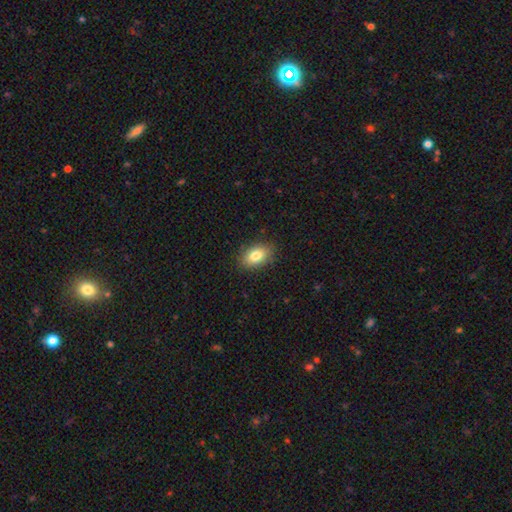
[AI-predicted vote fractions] smooth_or_featured: smooth (p=0.82) [alt: featured or disk p=0.10]
how_rounded: in between (p=0.87) [alt: round p=0.11]
merging: none (p=0.86) [alt: minor disturbance p=0.10]